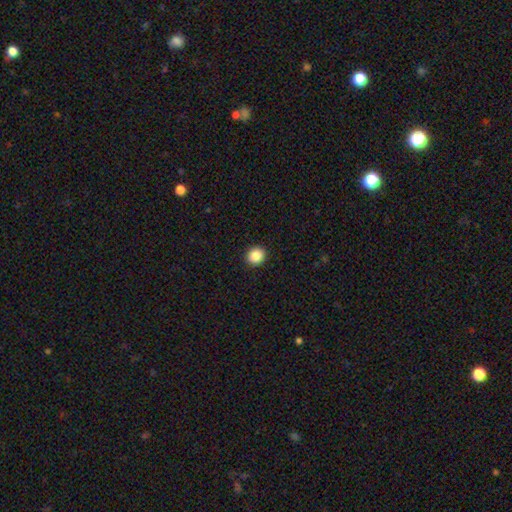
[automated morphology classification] type=smooth (86%); roundness=round (85%); merging=none (93%).